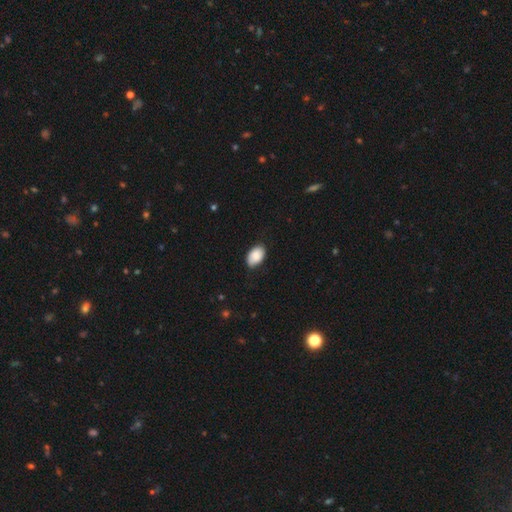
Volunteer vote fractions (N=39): Smooth or featured: smooth — 85% (star or artifact — 10%)
How rounded: in between — 97% (cigar-shaped — 3%)
Merging: none — 83% (minor disturbance — 11%)